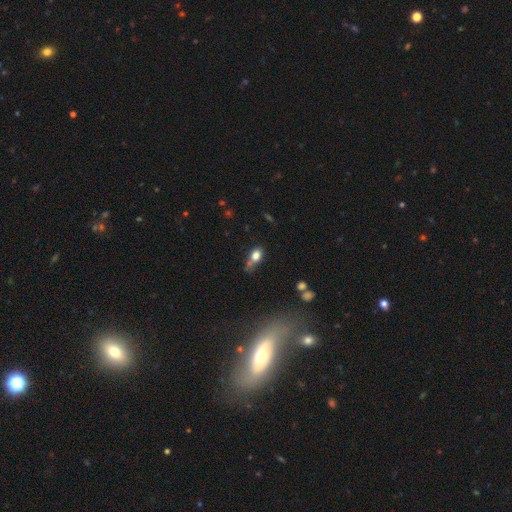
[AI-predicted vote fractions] A smooth galaxy with no disk features (77%) that is in between round and cigar-shaped (75%). Merging: none (38%).